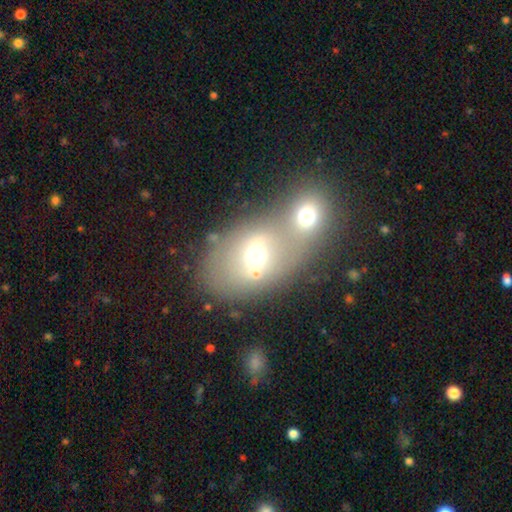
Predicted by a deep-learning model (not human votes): Smooth or featured?
  - smooth: 53% *
  - featured or disk: 33%
  - star or artifact: 14%
How rounded?
  - in between: 64% *
  - round: 34%
  - cigar-shaped: 1%
Merging?
  - merger: 65% *
  - none: 23%
  - minor disturbance: 7%
  - major disturbance: 5%